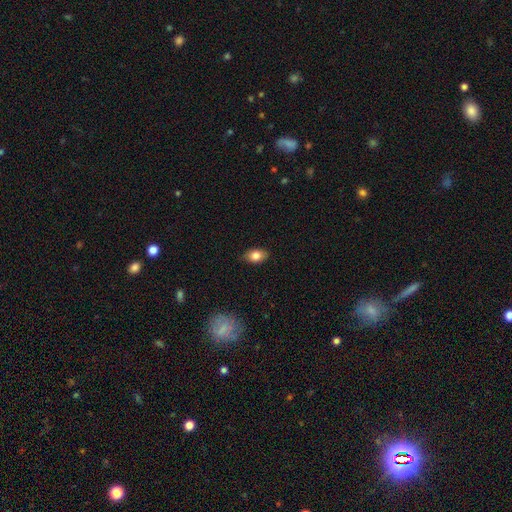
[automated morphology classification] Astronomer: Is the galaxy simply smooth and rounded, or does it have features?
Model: smooth — 81%.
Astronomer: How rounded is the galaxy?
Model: in between — 83%.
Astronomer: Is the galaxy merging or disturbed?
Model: none — 84%.